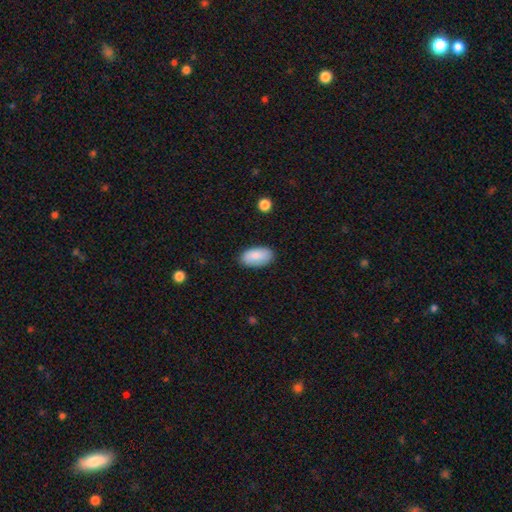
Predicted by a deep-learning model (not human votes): smooth_or_featured: smooth (p=0.87) [alt: featured or disk p=0.07]
how_rounded: in between (p=0.95) [alt: round p=0.03]
merging: none (p=0.86) [alt: minor disturbance p=0.10]